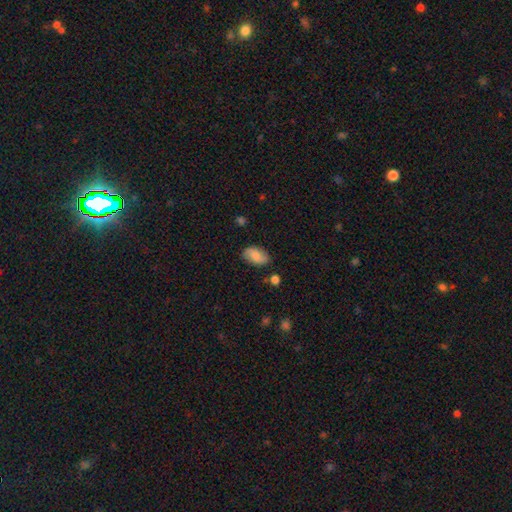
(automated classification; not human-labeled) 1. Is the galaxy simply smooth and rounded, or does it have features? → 73% smooth, 20% featured or disk, 8% star or artifact.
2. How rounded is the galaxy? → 92% in between, 6% round, 2% cigar-shaped.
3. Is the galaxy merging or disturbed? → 76% none, 17% minor disturbance, 4% major disturbance, 3% merger.